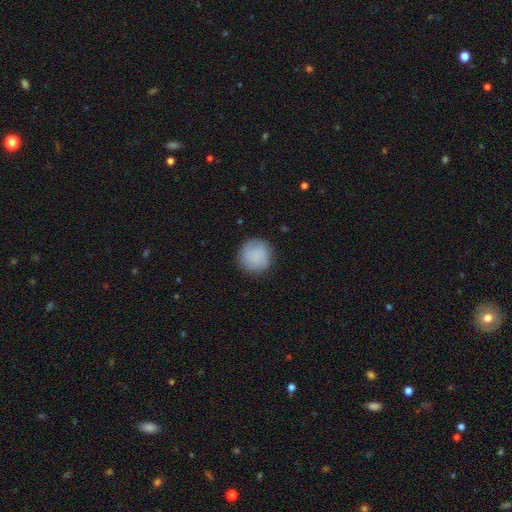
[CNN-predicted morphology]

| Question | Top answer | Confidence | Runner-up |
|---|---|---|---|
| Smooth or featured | smooth | 80% | featured or disk (13%) |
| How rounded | round | 93% | in between (6%) |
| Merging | none | 83% | minor disturbance (12%) |